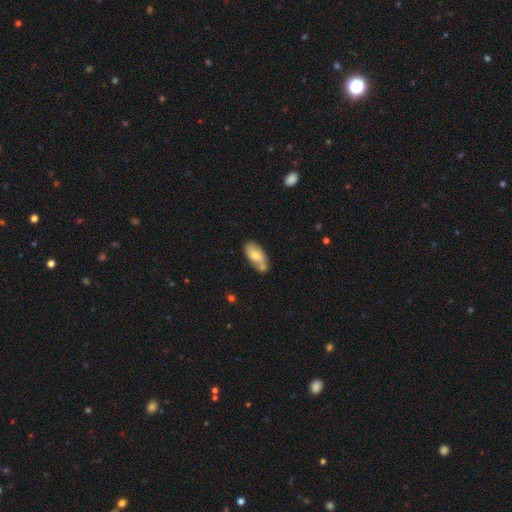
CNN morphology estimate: A smooth galaxy with no disk features (64%) that is in between round and cigar-shaped (89%). Merging: none (51%).